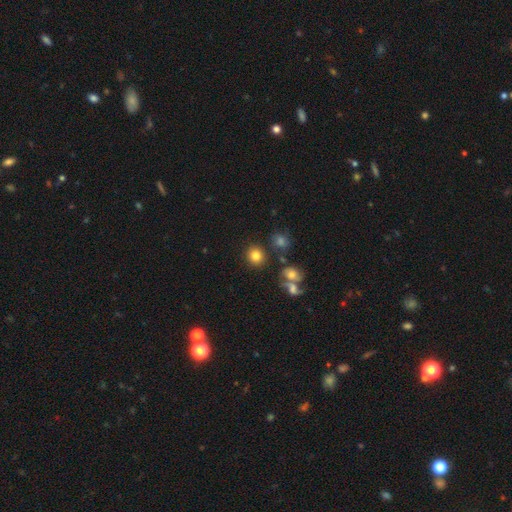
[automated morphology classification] smooth 80%, star or artifact 12%, featured or disk 8%. Down the decision tree: how rounded — round (81%); merging — none (79%).